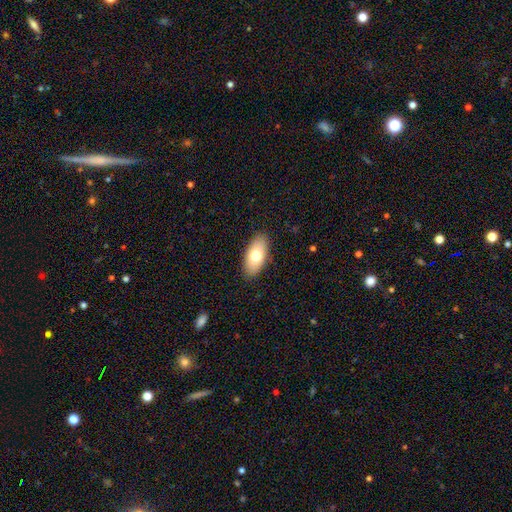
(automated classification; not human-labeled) A smooth galaxy with no disk features (72%) that is in between round and cigar-shaped (91%). Merging: none (88%).